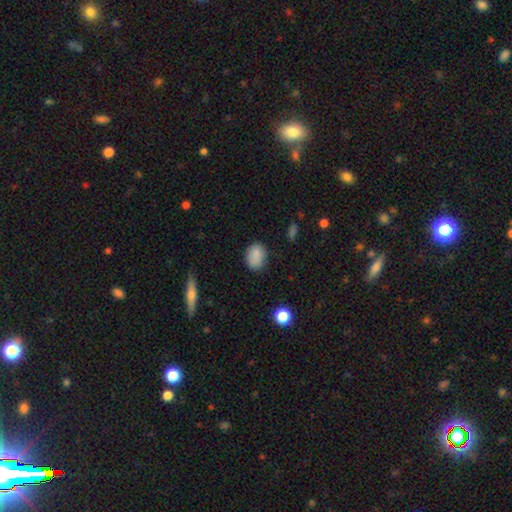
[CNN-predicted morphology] Smooth or featured?
  - smooth: 85% *
  - star or artifact: 9%
  - featured or disk: 6%
How rounded?
  - in between: 64% *
  - round: 34%
  - cigar-shaped: 1%
Merging?
  - none: 79% *
  - minor disturbance: 16%
  - major disturbance: 4%
  - merger: 2%